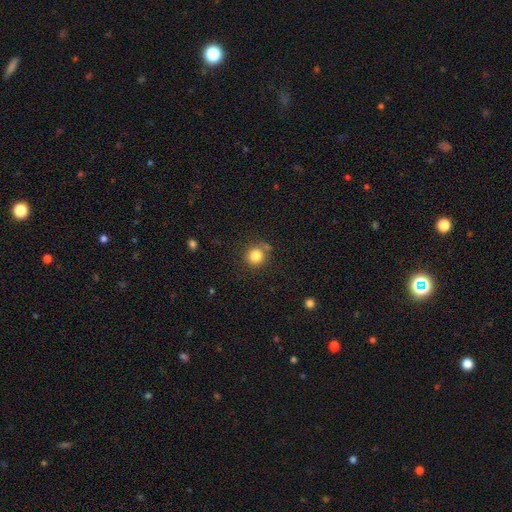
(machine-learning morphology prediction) Smooth or featured? smooth (83%)
How rounded? round (91%)
Merging? none (76%)